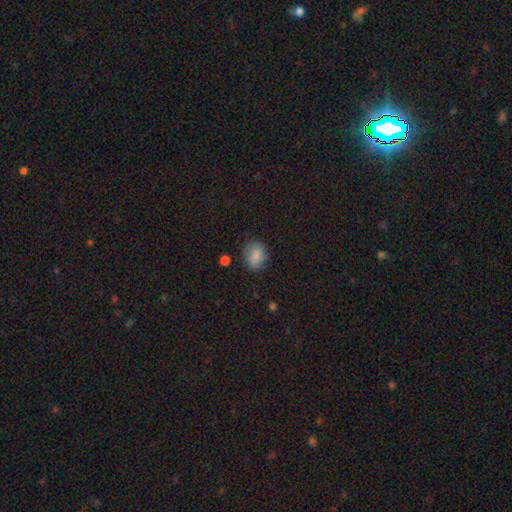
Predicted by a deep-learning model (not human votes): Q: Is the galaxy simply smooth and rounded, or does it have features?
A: smooth — 85%.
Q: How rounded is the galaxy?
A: in between — 62%.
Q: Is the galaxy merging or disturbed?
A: none — 77%.